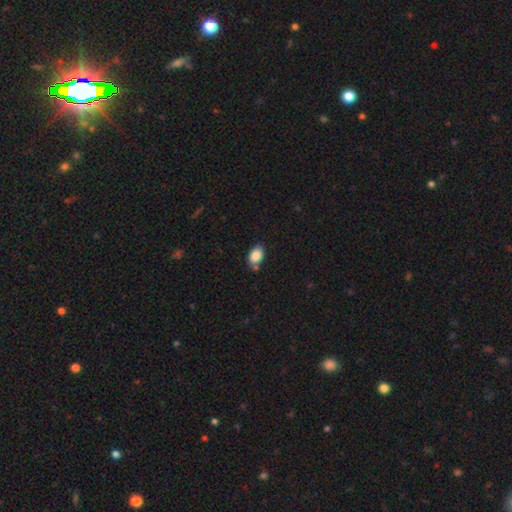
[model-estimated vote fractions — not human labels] A smooth galaxy with no disk features (87%) that is in between round and cigar-shaped (88%).

Vote fractions:
- Smooth or featured? smooth: 87% / star or artifact: 8% / featured or disk: 5%
- How rounded? in between: 88% / round: 11% / cigar-shaped: 1%
- Merging? none: 75% / minor disturbance: 16% / merger: 6% / major disturbance: 3%